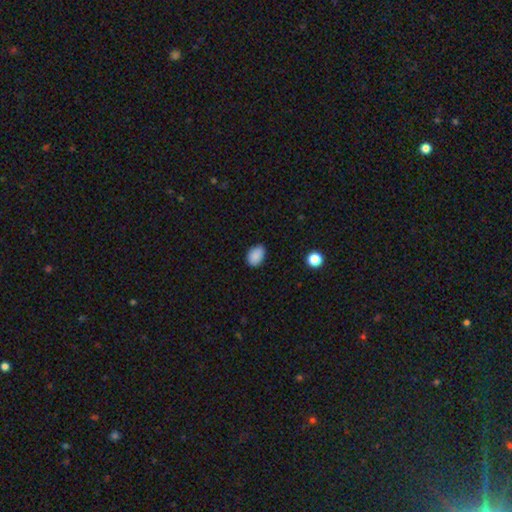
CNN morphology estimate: smooth_or_featured: smooth (p=0.88) [alt: star or artifact p=0.09]
how_rounded: in between (p=0.79) [alt: round p=0.20]
merging: none (p=0.81) [alt: minor disturbance p=0.15]